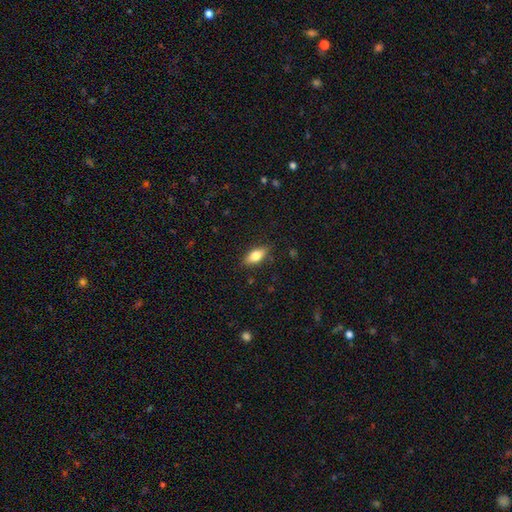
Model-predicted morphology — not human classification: Smooth or featured: smooth — 78% (featured or disk — 15%)
How rounded: in between — 84% (cigar-shaped — 12%)
Merging: none — 86% (minor disturbance — 11%)